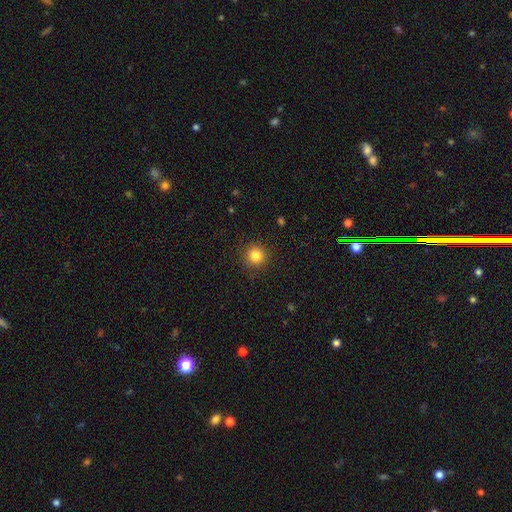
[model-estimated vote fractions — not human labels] Smooth or featured: smooth — 84% (star or artifact — 11%)
How rounded: round — 94% (in between — 5%)
Merging: none — 91% (minor disturbance — 6%)